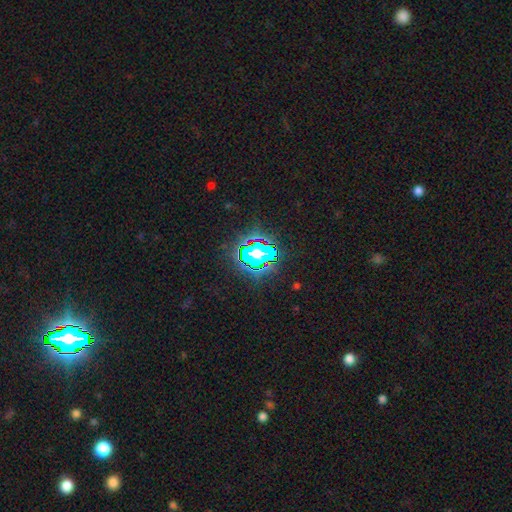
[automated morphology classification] Q: Smooth or featured?
A: star or artifact (65%); runner-up: smooth (21%)